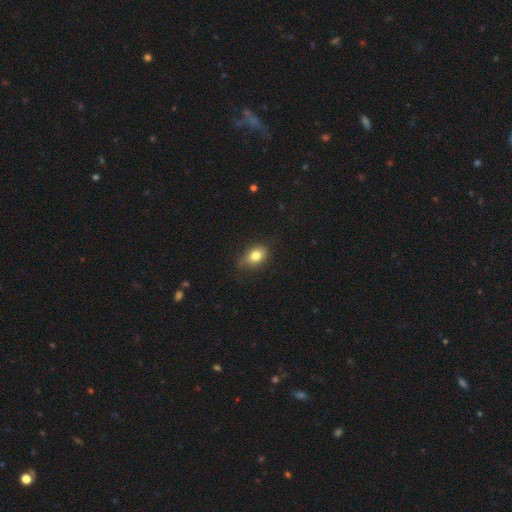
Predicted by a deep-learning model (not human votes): This appears to be a smooth galaxy with no disk features (80%) that is in between round and cigar-shaped (74%). Merging: none (69%).